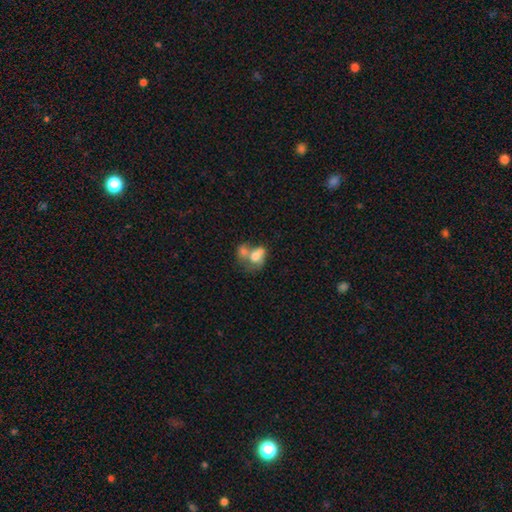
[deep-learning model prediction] Q: Smooth or featured?
A: smooth (63%); runner-up: featured or disk (28%)
Q: How rounded?
A: in between (63%); runner-up: round (36%)
Q: Merging?
A: merger (67%); runner-up: none (15%)